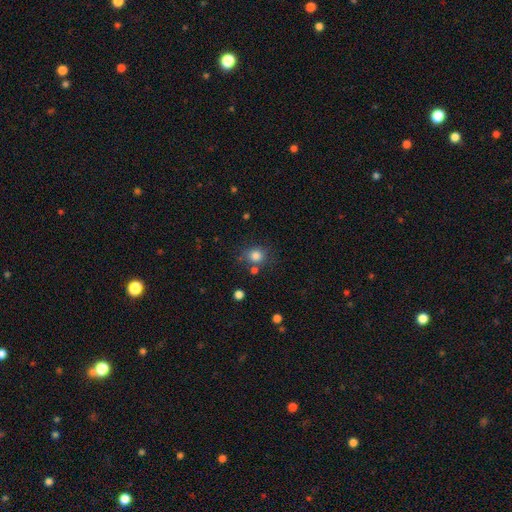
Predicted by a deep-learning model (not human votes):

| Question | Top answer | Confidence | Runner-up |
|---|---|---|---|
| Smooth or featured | smooth | 82% | star or artifact (12%) |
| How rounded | round | 81% | in between (18%) |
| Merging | none | 73% | minor disturbance (12%) |